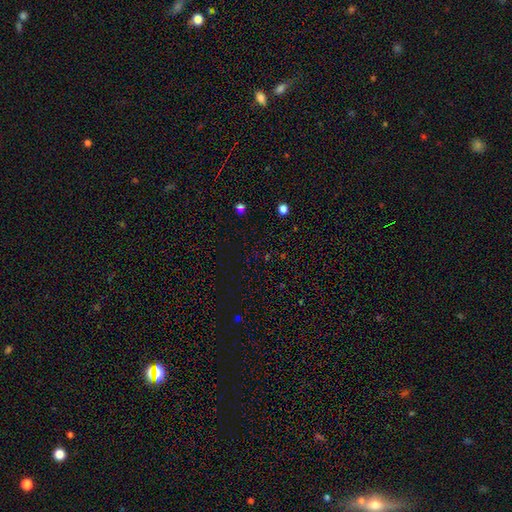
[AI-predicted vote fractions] Q: Smooth or featured?
A: star or artifact (60%); runner-up: smooth (33%)